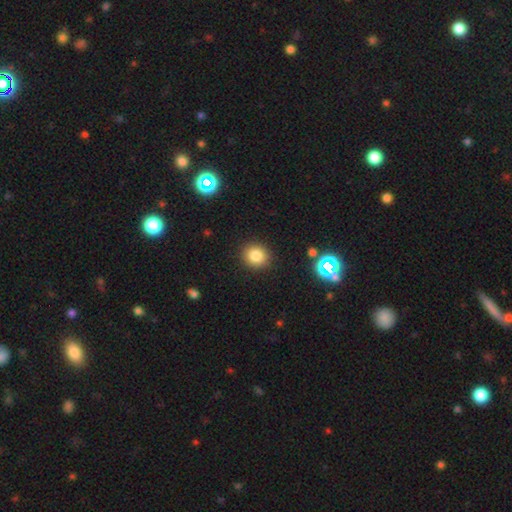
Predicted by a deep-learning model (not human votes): Overall: smooth (82%). How rounded: round (84%). Merging: none (90%).